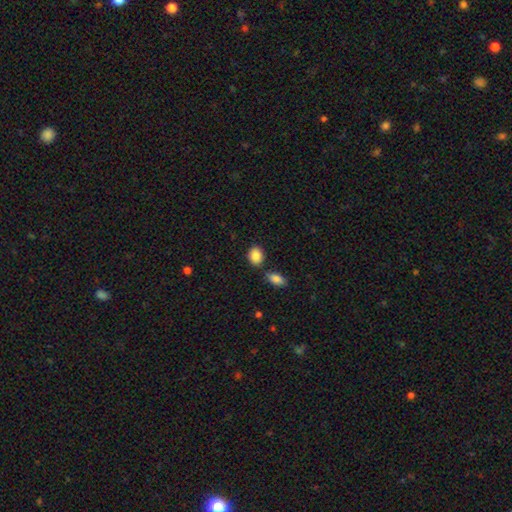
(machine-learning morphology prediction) Smooth or featured: smooth — 87% (star or artifact — 8%)
How rounded: in between — 63% (round — 36%)
Merging: none — 74% (minor disturbance — 12%)